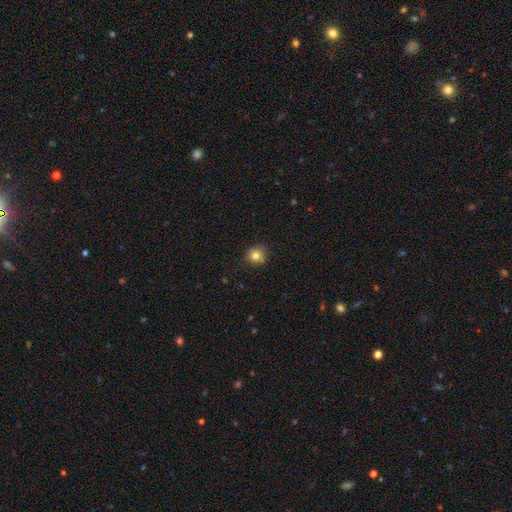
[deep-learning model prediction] A smooth galaxy with no disk features (80%) that is round (87%). Merging: none (77%).